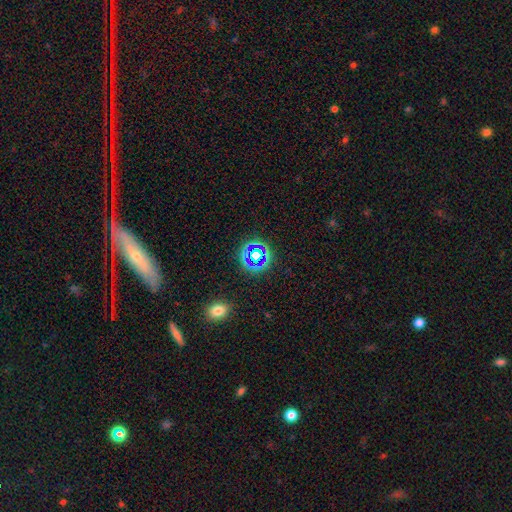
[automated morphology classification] A star or artifact, not a galaxy (55%).

Vote fractions:
- Smooth or featured? star or artifact: 55% / smooth: 31% / featured or disk: 13%